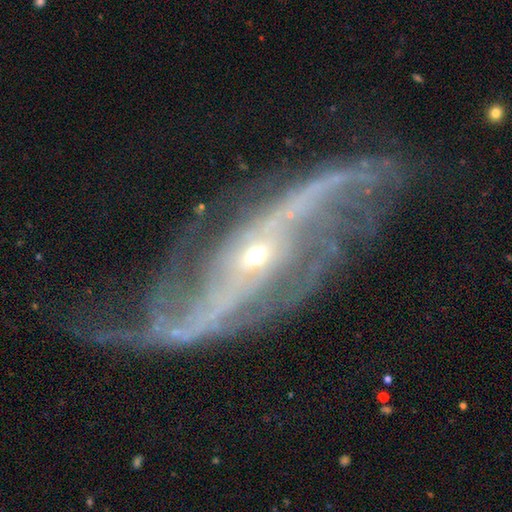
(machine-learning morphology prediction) This is clearly a featured or disk galaxy (91%). It is clearly not viewed edge-on (90%). Bar: marginally strong (40%). Spiral arm pattern: clearly yes (97%). Spiral arm count: clearly 2 (84%). Spiral winding: likely loose (70%). Central bulge: likely small (79%). Merging: likely none (63%).